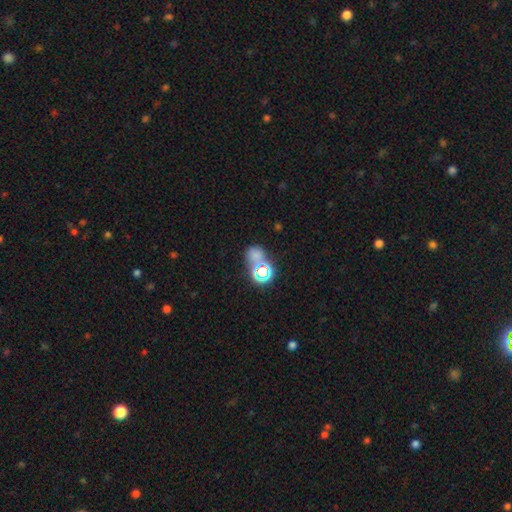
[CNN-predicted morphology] This is possibly a smooth galaxy (53%). How rounded: possibly round (59%). Merging: possibly none (55%).